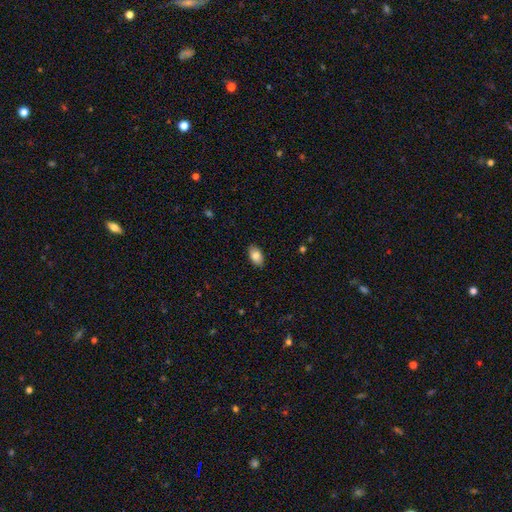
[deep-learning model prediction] A smooth galaxy with no disk features (83%) that is in between round and cigar-shaped (92%).

Vote fractions:
- Smooth or featured? smooth: 83% / featured or disk: 10% / star or artifact: 7%
- How rounded? in between: 92% / round: 6% / cigar-shaped: 2%
- Merging? none: 87% / minor disturbance: 10% / major disturbance: 2% / merger: 1%